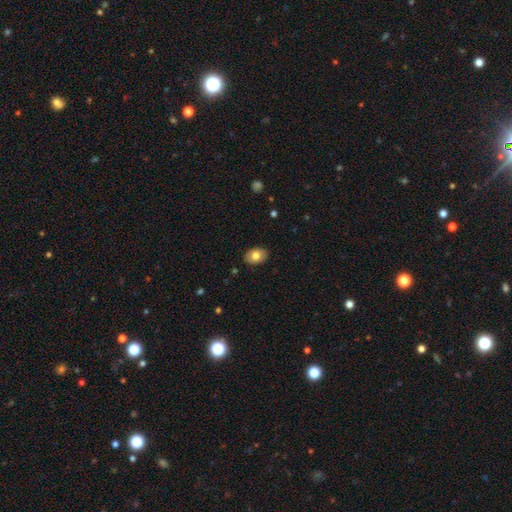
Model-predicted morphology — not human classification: smooth-or-featured: smooth: 76% | featured or disk: 17% | star or artifact: 7%
  how-rounded: in between: 79% | round: 20% | cigar-shaped: 1%
  merging: none: 87% | minor disturbance: 10% | major disturbance: 2% | merger: 1%